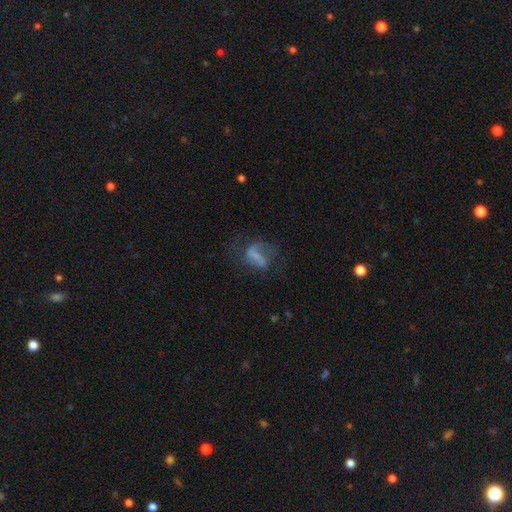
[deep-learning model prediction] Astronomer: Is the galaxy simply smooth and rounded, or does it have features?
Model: featured or disk — 58%.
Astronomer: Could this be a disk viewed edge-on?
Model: no — 96%.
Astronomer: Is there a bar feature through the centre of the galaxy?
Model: no — 36% (runner-up: strong, 32%).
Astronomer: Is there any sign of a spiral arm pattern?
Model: yes — 66%.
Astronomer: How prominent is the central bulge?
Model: none — 63%.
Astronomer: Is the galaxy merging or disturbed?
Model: none — 39% (runner-up: major disturbance, 36%).